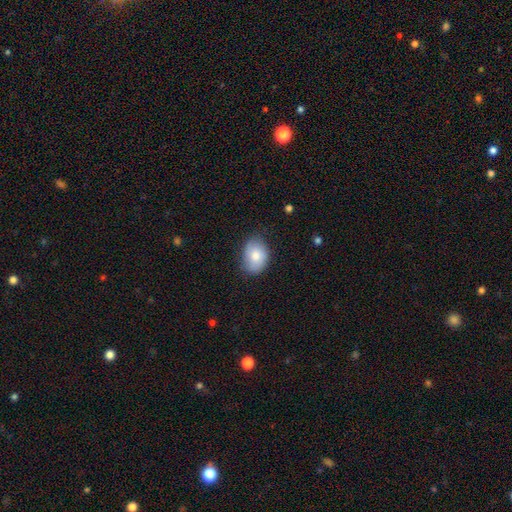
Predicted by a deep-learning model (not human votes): smooth 80%, featured or disk 14%, star or artifact 7%. Down the decision tree: how rounded — in between (76%); merging — none (73%).